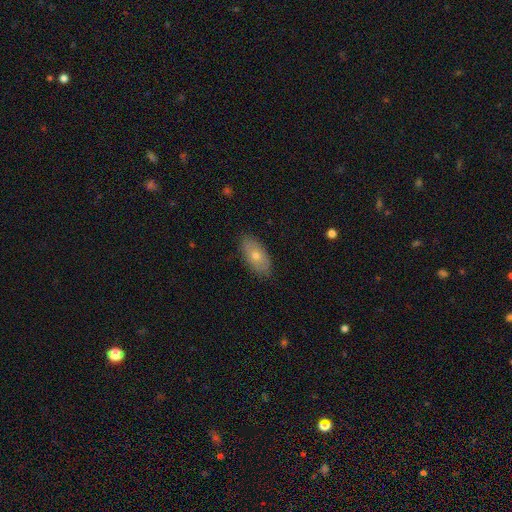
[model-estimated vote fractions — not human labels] Smooth or featured?
  - smooth: 65% *
  - featured or disk: 28%
  - star or artifact: 8%
How rounded?
  - in between: 89% *
  - cigar-shaped: 6%
  - round: 4%
Merging?
  - none: 86% *
  - minor disturbance: 11%
  - major disturbance: 2%
  - merger: 1%